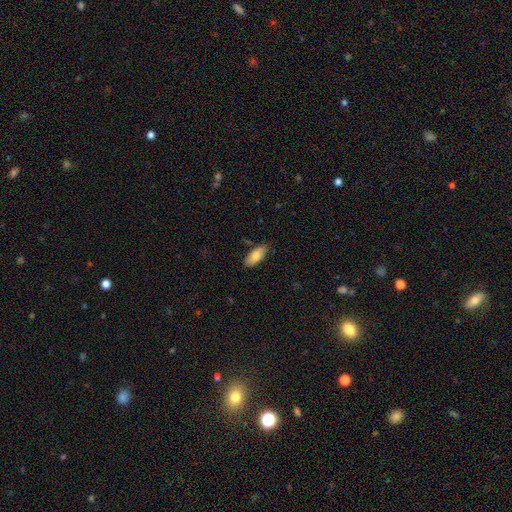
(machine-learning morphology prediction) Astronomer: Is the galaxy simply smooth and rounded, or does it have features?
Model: smooth — 81%.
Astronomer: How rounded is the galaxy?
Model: in between — 86%.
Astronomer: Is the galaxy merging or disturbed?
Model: none — 82%.